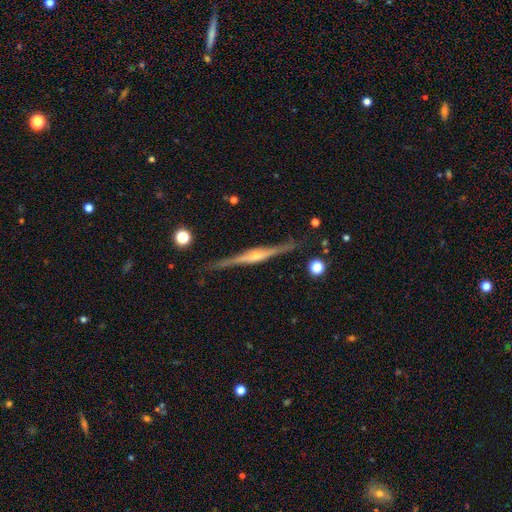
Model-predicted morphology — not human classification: Overall: featured or disk (87%). Edge-on disk: yes (98%). Edge-on bulge: rounded (83%). Merging: none (89%).